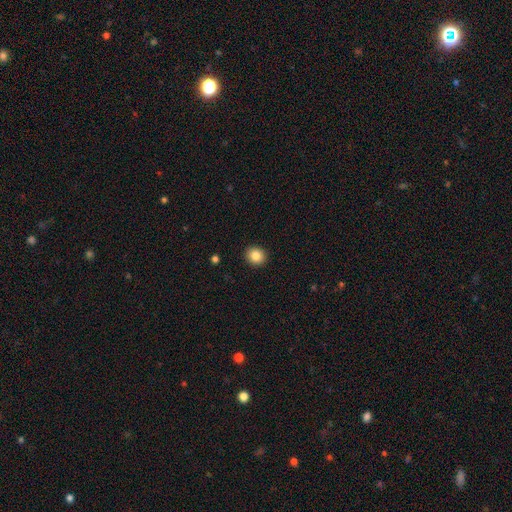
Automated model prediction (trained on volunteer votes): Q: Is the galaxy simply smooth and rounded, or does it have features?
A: smooth — 85%.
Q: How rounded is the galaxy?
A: round — 78%.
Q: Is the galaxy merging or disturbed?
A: none — 92%.